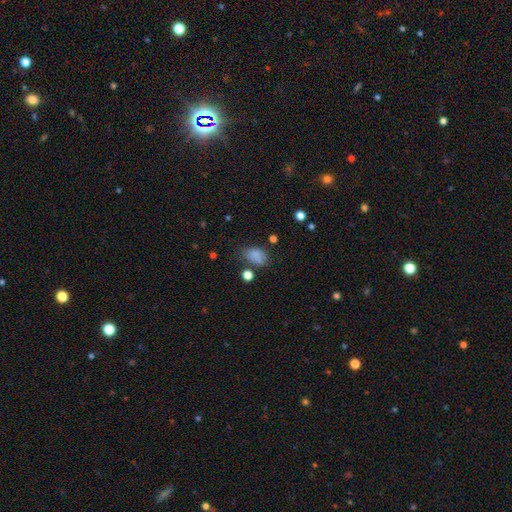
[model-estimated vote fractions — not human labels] smooth_or_featured: smooth (p=0.81) [alt: star or artifact p=0.13]
how_rounded: in between (p=0.77) [alt: round p=0.22]
merging: none (p=0.62) [alt: minor disturbance p=0.25]